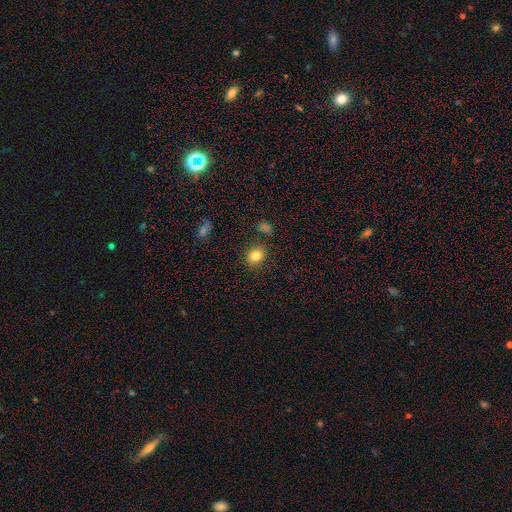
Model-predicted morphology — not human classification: A smooth galaxy with no disk features (82%) that is round (65%).

Vote fractions:
- Smooth or featured? smooth: 82% / star or artifact: 11% / featured or disk: 7%
- How rounded? round: 65% / in between: 34% / cigar-shaped: 1%
- Merging? none: 84% / minor disturbance: 10% / merger: 3% / major disturbance: 3%